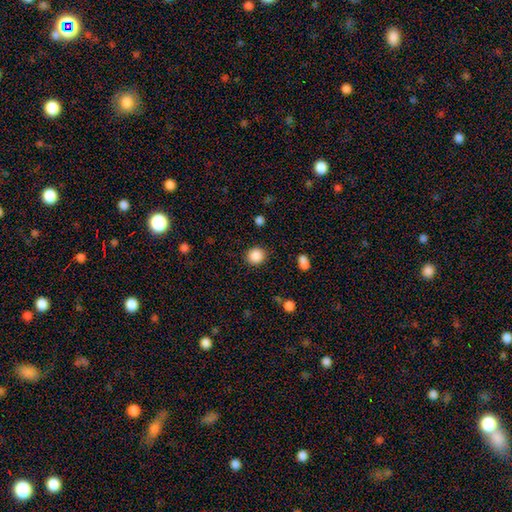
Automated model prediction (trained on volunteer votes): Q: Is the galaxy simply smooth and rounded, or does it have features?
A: smooth — 87%.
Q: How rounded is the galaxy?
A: round — 88%.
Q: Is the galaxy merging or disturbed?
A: none — 90%.